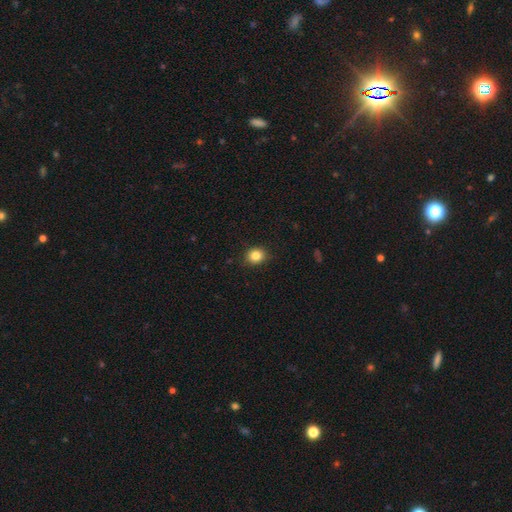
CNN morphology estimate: Overall: smooth (84%). How rounded: round (70%). Merging: none (87%).